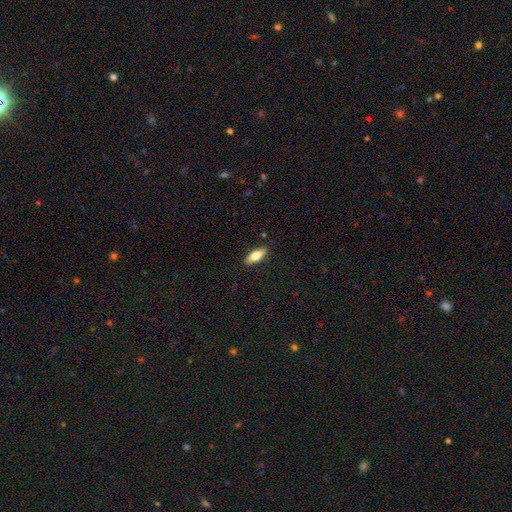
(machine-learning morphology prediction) Smooth or featured: smooth — 68% (featured or disk — 26%)
How rounded: in between — 68% (cigar-shaped — 29%)
Merging: none — 89% (minor disturbance — 8%)